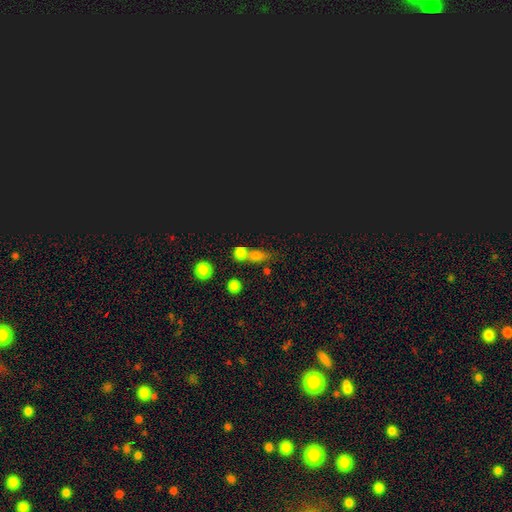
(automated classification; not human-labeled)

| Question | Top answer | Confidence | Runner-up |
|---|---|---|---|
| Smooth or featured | smooth | 64% | star or artifact (25%) |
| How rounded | round | 54% | in between (36%) |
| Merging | none | 43% | merger (42%) |